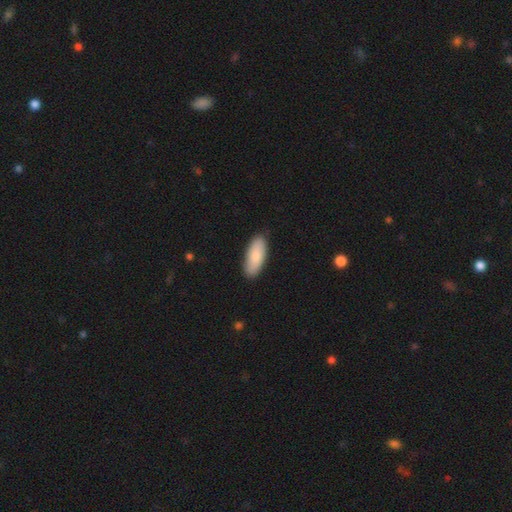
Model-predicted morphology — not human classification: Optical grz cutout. It shows a smooth galaxy with no disk features (84%) that is in between round and cigar-shaped (80%). Merging: none (87%).